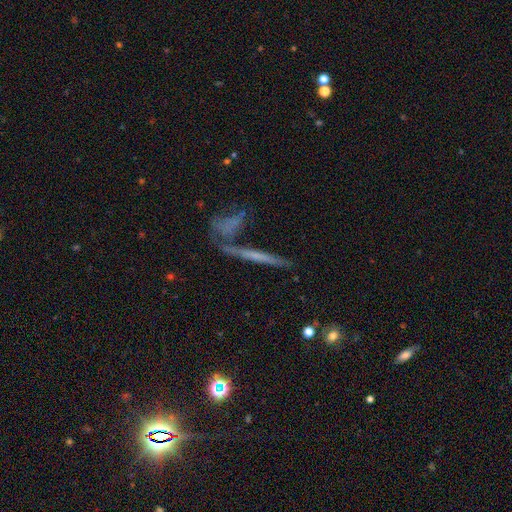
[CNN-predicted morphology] Overall: featured or disk (53%; smooth 35%). Edge-on disk: yes (89%). Merging: none (64%).